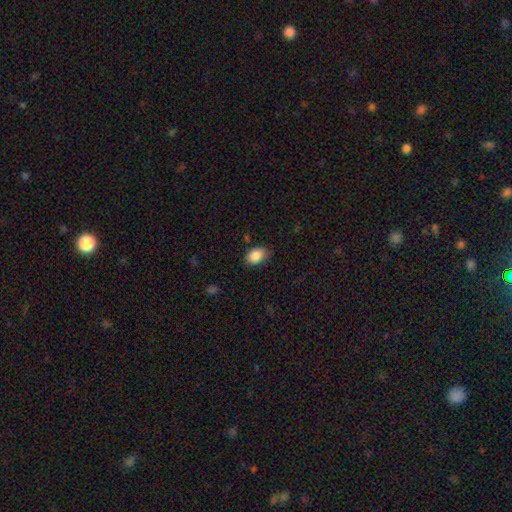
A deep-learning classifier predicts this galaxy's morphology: A smooth galaxy with no disk features (87%) that is in between round and cigar-shaped (78%).

Vote fractions:
- Smooth or featured? smooth: 87% / star or artifact: 8% / featured or disk: 5%
- How rounded? in between: 78% / round: 21% / cigar-shaped: 1%
- Merging? none: 79% / minor disturbance: 17% / major disturbance: 3% / merger: 1%